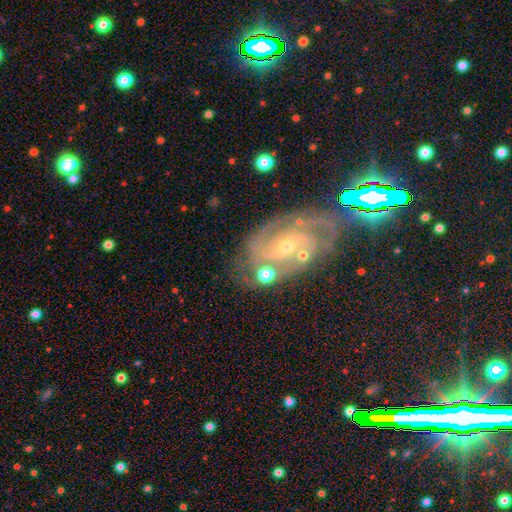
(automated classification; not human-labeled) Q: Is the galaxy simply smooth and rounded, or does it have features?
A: featured or disk — 79%.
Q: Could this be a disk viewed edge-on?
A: no — 95%.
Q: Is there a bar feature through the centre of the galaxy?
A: no — 46%.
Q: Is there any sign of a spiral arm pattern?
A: yes — 96%.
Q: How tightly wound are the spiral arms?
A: tight — 62%.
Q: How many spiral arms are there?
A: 2 — 37%.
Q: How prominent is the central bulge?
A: small — 72%.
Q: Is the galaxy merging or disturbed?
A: none — 67%.